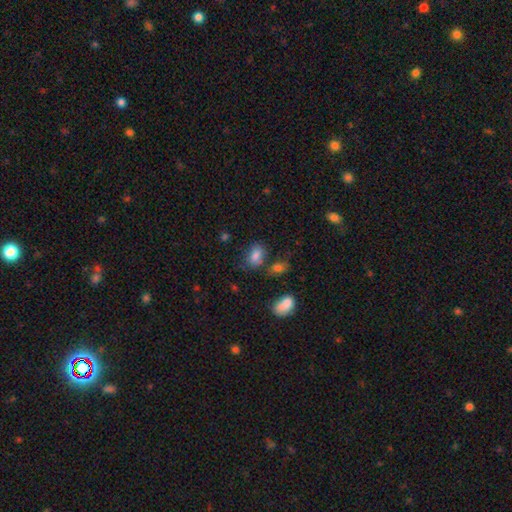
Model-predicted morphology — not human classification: type=smooth (81%); roundness=in between (81%); merging=none (59%).